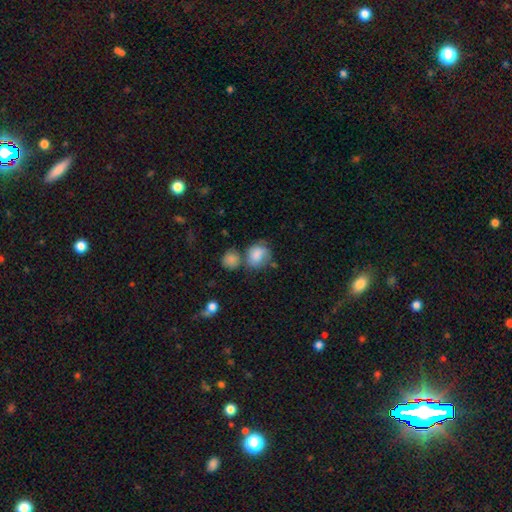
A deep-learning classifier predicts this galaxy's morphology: smooth 76%, featured or disk 15%, star or artifact 9%. Down the decision tree: how rounded — round (59%); merging — none (43%).